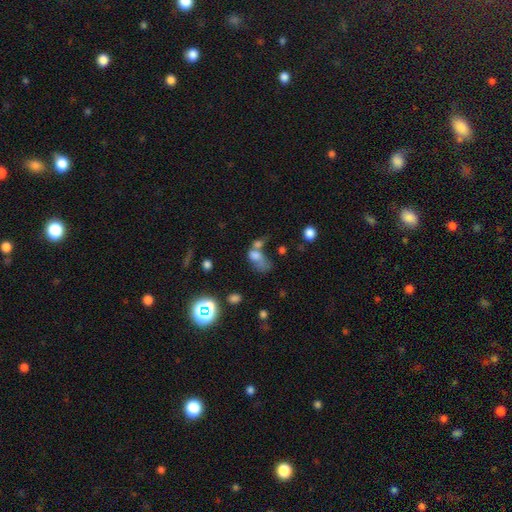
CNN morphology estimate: type=smooth (62%); roundness=in between (80%); merging=merger (49%).